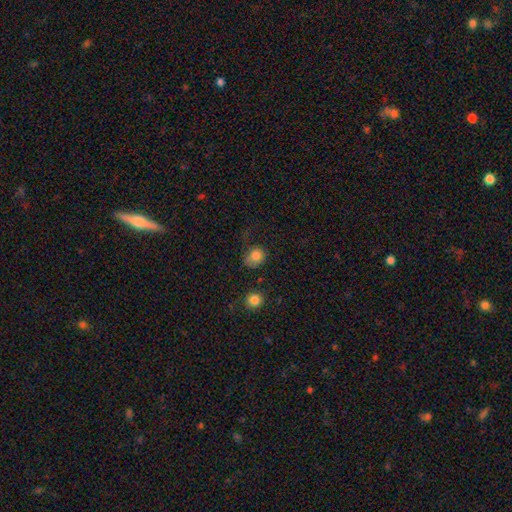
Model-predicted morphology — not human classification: smooth 81%, star or artifact 11%, featured or disk 8%. Down the decision tree: how rounded — round (64%); merging — none (42%).